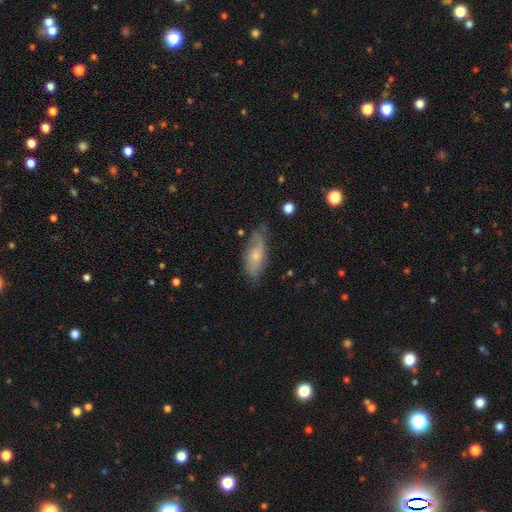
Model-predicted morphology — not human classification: Smooth or featured? smooth (49%)
Merging? none (60%)